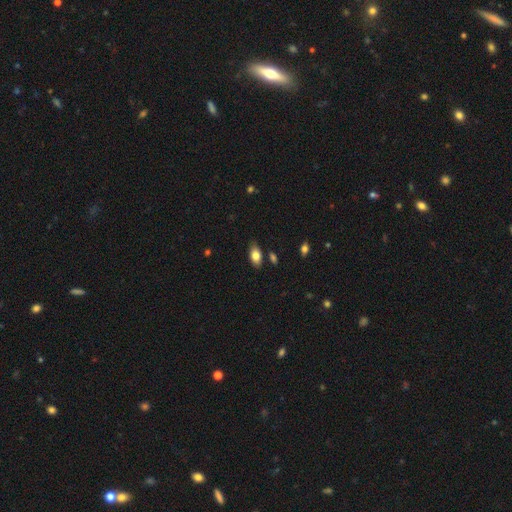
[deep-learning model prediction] Overall: smooth (80%). How rounded: in between (92%). Merging: none (80%).